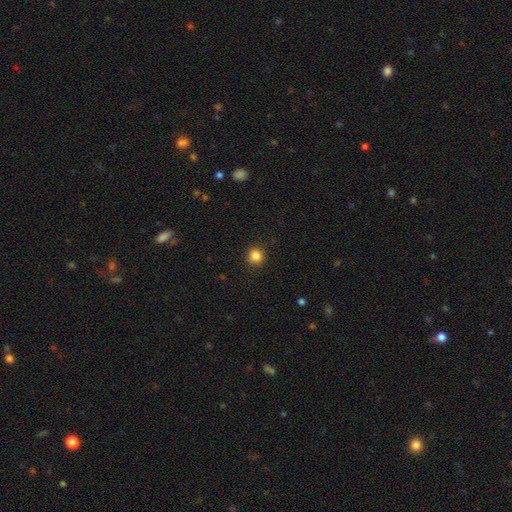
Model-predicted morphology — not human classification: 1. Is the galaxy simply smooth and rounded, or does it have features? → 85% smooth, 11% star or artifact, 4% featured or disk.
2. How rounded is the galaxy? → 90% round, 9% in between, 1% cigar-shaped.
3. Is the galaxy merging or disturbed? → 91% none, 6% minor disturbance, 2% major disturbance, 1% merger.